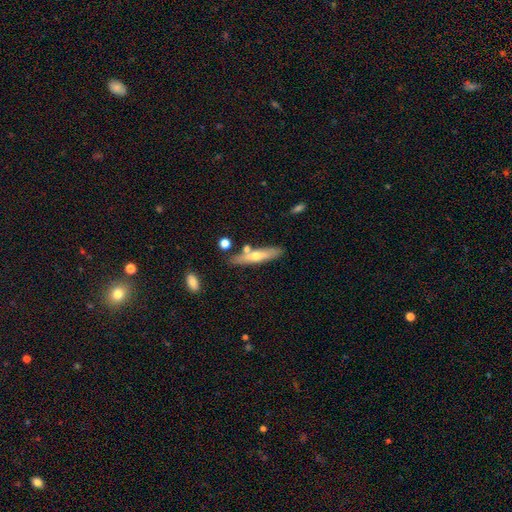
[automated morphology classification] Smooth or featured? Predicted: featured or disk (p=0.49). Merging? Predicted: none (p=0.76).